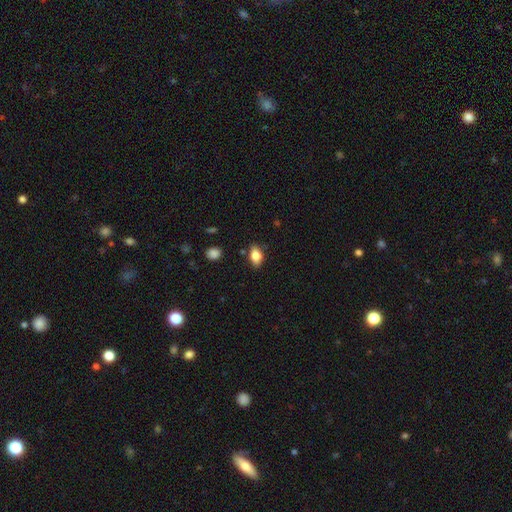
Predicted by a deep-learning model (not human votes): Smooth or featured: smooth — 82% (featured or disk — 10%)
How rounded: in between — 84% (round — 13%)
Merging: none — 80% (minor disturbance — 15%)